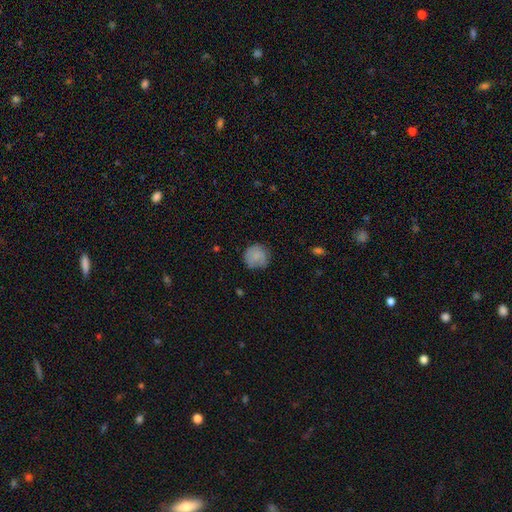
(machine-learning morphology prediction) type=smooth (81%); roundness=round (91%); merging=none (73%).